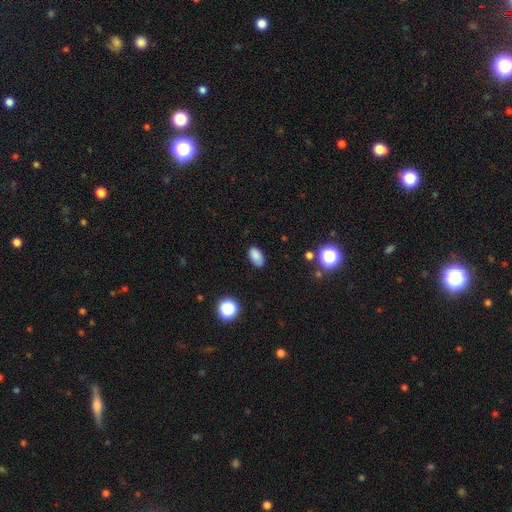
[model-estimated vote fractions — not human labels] smooth-or-featured: smooth: 84% | star or artifact: 11% | featured or disk: 5%
  how-rounded: in between: 92% | round: 6% | cigar-shaped: 2%
  merging: none: 81% | minor disturbance: 15% | major disturbance: 3% | merger: 1%